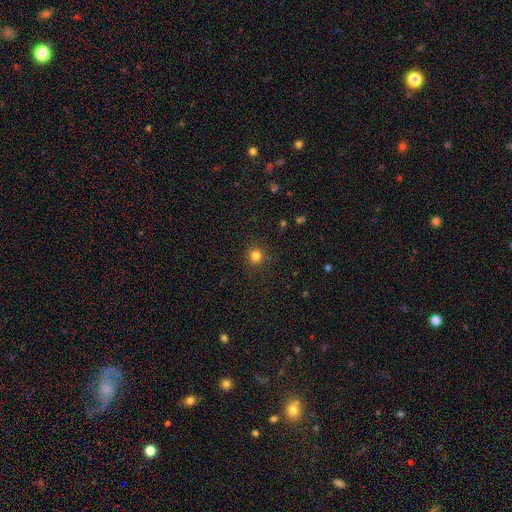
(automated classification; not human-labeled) smooth_or_featured: smooth (p=0.81) [alt: star or artifact p=0.14]
how_rounded: round (p=0.94) [alt: in between p=0.05]
merging: none (p=0.90) [alt: minor disturbance p=0.07]